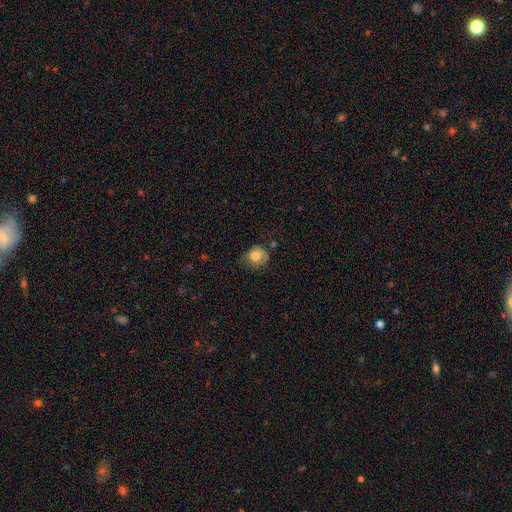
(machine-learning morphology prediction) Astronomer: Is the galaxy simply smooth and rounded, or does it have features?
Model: smooth — 80%.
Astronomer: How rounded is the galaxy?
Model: round — 79%.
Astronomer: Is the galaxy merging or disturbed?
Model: none — 49% (runner-up: minor disturbance, 34%).